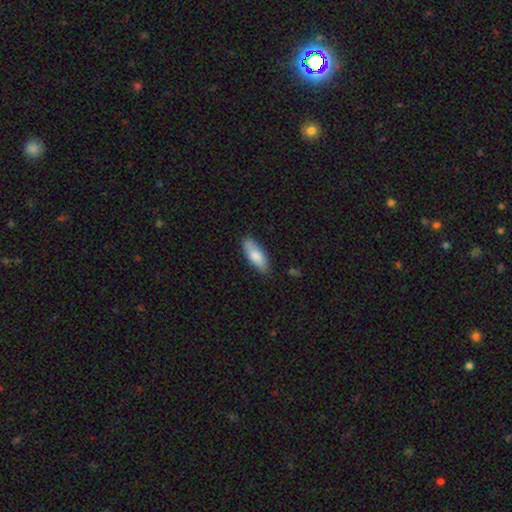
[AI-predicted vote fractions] smooth_or_featured: smooth (p=0.81) [alt: featured or disk p=0.13]
how_rounded: in between (p=0.70) [alt: cigar-shaped p=0.28]
merging: none (p=0.80) [alt: minor disturbance p=0.15]